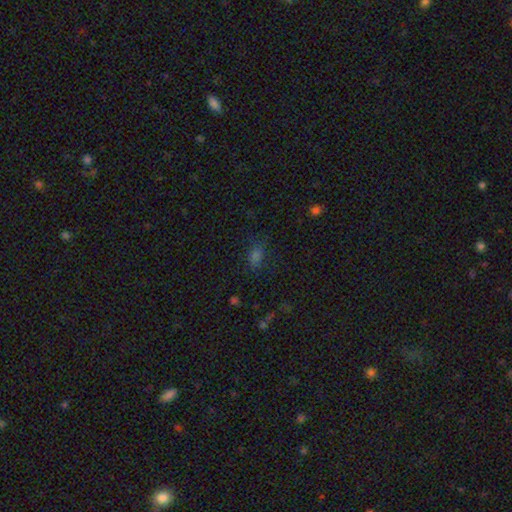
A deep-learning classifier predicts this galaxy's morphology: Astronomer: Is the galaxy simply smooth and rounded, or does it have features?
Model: smooth — 70%.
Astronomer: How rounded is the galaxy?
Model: in between — 83%.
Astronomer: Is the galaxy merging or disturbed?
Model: none — 76%.